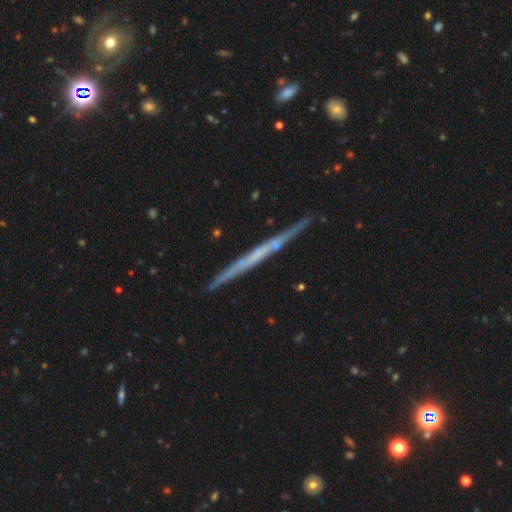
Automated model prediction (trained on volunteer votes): This is likely a featured or disk galaxy (67%). It is clearly viewed edge-on (97%). Edge-on bulge: clearly none (86%). Merging: clearly none (89%).